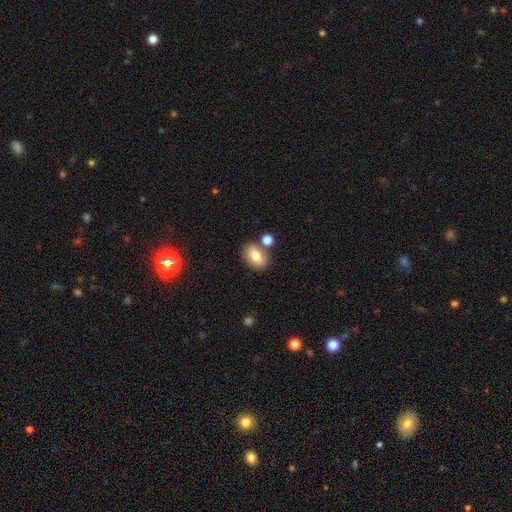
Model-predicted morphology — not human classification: smooth-or-featured: smooth: 76% | featured or disk: 14% | star or artifact: 9%
  how-rounded: in between: 77% | round: 22% | cigar-shaped: 2%
  merging: none: 72% | merger: 14% | minor disturbance: 11% | major disturbance: 3%